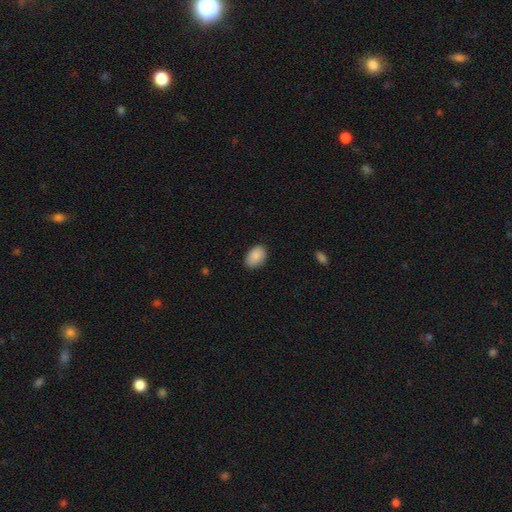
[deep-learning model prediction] Smooth or featured?
  - smooth: 89% *
  - star or artifact: 7%
  - featured or disk: 4%
How rounded?
  - in between: 82% *
  - round: 16%
  - cigar-shaped: 1%
Merging?
  - none: 85% *
  - minor disturbance: 12%
  - major disturbance: 2%
  - merger: 1%